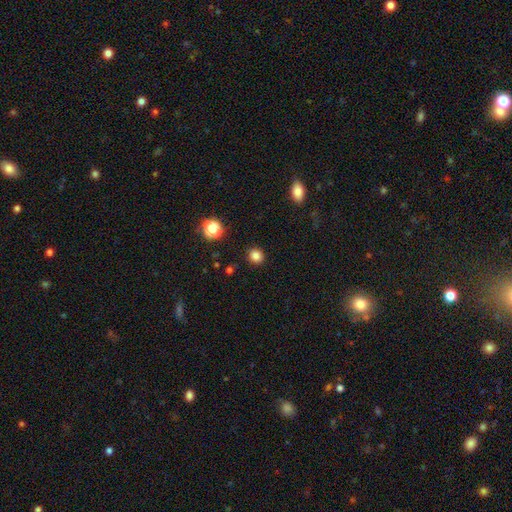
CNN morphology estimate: A smooth galaxy with no disk features (83%) that is round (88%).

Vote fractions:
- Smooth or featured? smooth: 83% / star or artifact: 13% / featured or disk: 4%
- How rounded? round: 88% / in between: 11% / cigar-shaped: 1%
- Merging? none: 90% / minor disturbance: 6% / major disturbance: 2% / merger: 1%